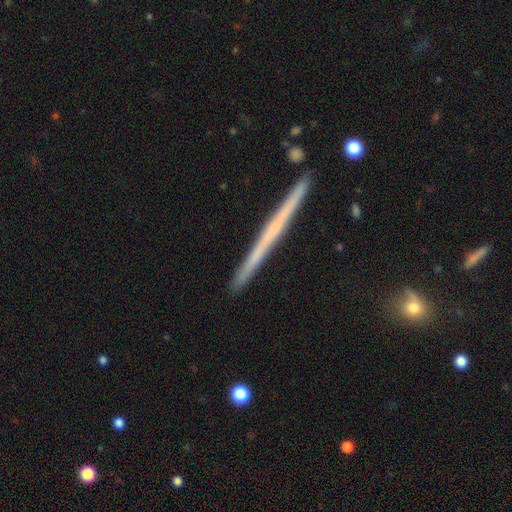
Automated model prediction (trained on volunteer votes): Overall: featured or disk (60%; smooth 34%). Edge-on disk: yes (98%). Edge-on bulge: none (88%). Merging: none (92%).